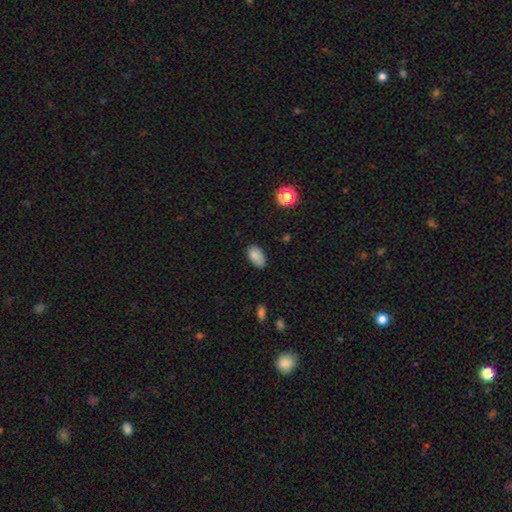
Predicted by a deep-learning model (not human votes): Morphology: type=smooth (85%); roundness=in between (92%); merging=none (73%).